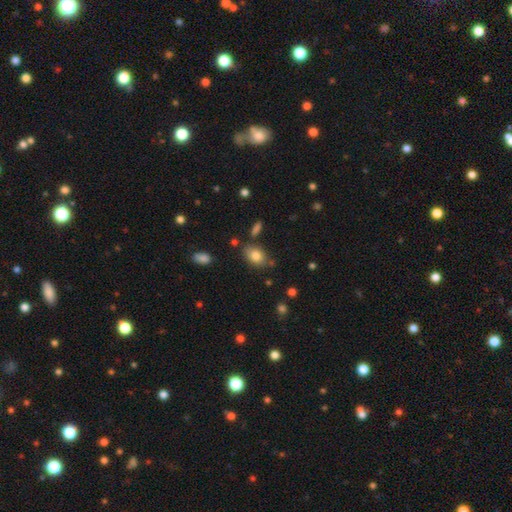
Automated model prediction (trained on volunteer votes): A smooth galaxy with no disk features (81%) that is in between round and cigar-shaped (81%).

Vote fractions:
- Smooth or featured? smooth: 81% / featured or disk: 10% / star or artifact: 9%
- How rounded? in between: 81% / round: 17% / cigar-shaped: 2%
- Merging? none: 73% / minor disturbance: 16% / merger: 6% / major disturbance: 4%